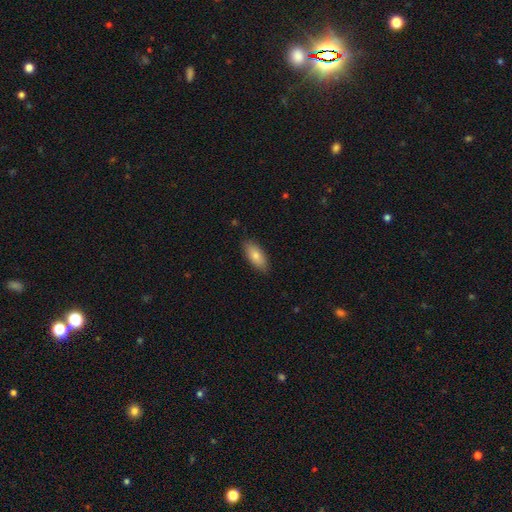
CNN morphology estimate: This appears to be a smooth galaxy with no disk features (82%) that is in between round and cigar-shaped (84%). Merging: none (86%).